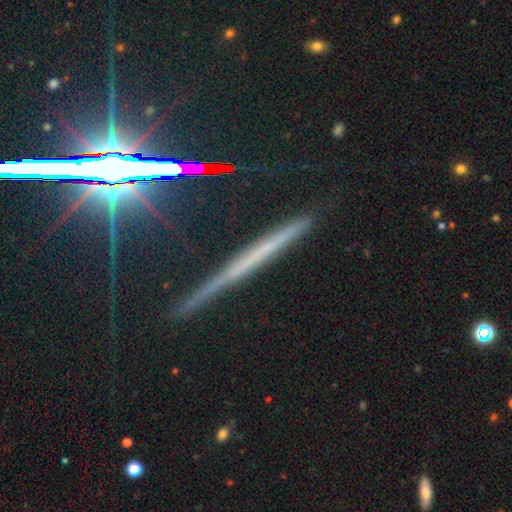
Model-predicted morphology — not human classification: featured or disk 55%, star or artifact 24%, smooth 21%. Down the decision tree: edge-on disk — yes (95%); edge-on bulge — none (81%); merging — none (83%).